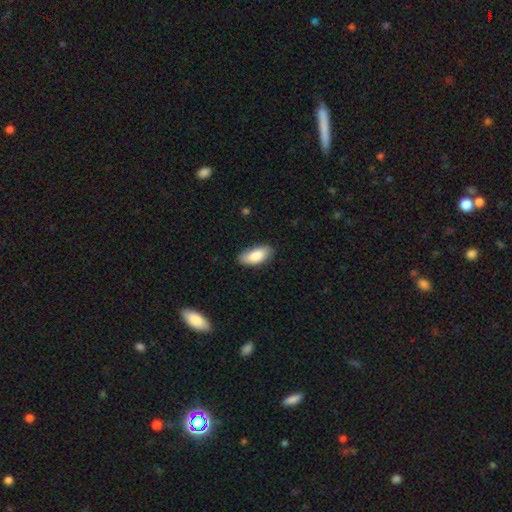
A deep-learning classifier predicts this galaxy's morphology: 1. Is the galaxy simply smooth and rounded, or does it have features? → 86% smooth, 8% featured or disk, 6% star or artifact.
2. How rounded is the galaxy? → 91% in between, 7% cigar-shaped, 2% round.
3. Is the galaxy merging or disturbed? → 84% none, 13% minor disturbance, 2% major disturbance, 1% merger.